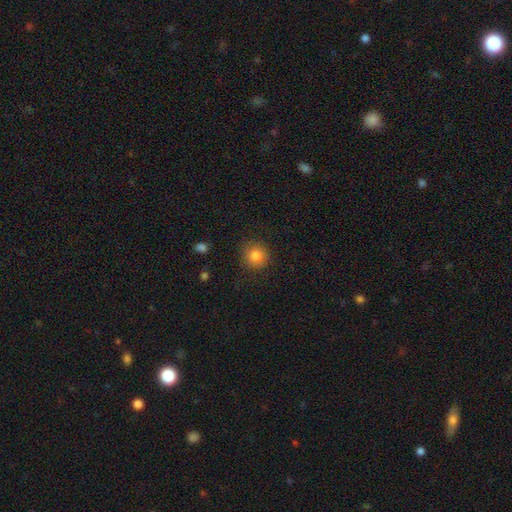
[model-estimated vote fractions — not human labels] smooth_or_featured: smooth (p=0.83) [alt: star or artifact p=0.11]
how_rounded: round (p=0.92) [alt: in between p=0.07]
merging: none (p=0.88) [alt: minor disturbance p=0.08]